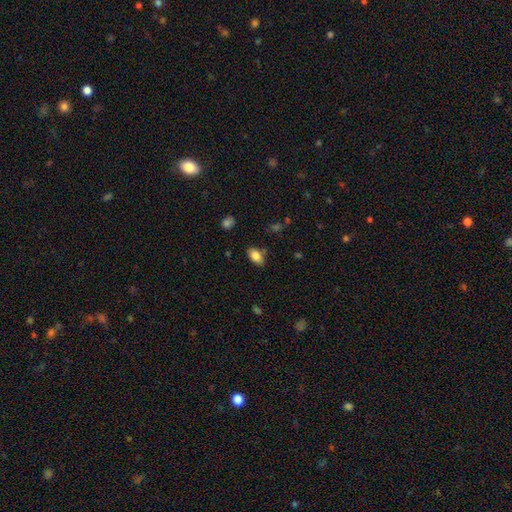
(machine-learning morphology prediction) Q: Smooth or featured?
A: smooth (83%); runner-up: featured or disk (9%)
Q: How rounded?
A: in between (89%); runner-up: round (8%)
Q: Merging?
A: none (78%); runner-up: minor disturbance (16%)